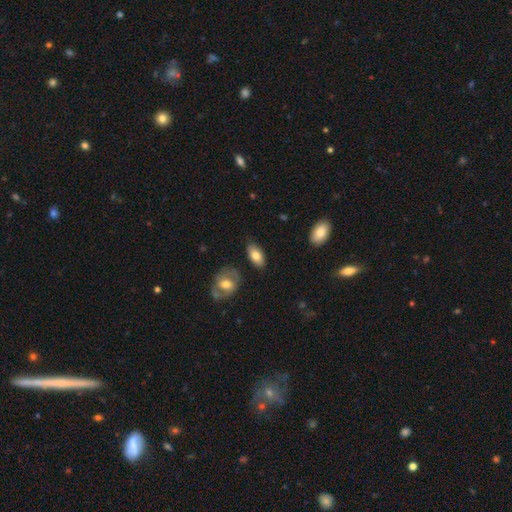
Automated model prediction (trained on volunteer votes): The model was most divided on "smooth or featured": smooth: 79%, featured or disk: 15%, star or artifact: 7%. More confident: how rounded — in between (92%); merging — none (79%).